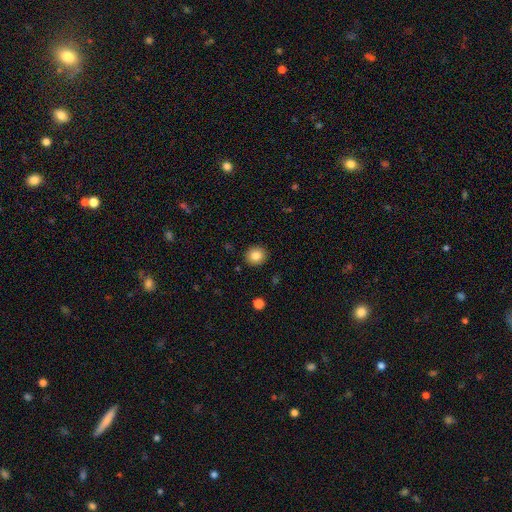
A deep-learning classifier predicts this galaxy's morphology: Smooth or featured? smooth (83%)
How rounded? round (86%)
Merging? none (91%)